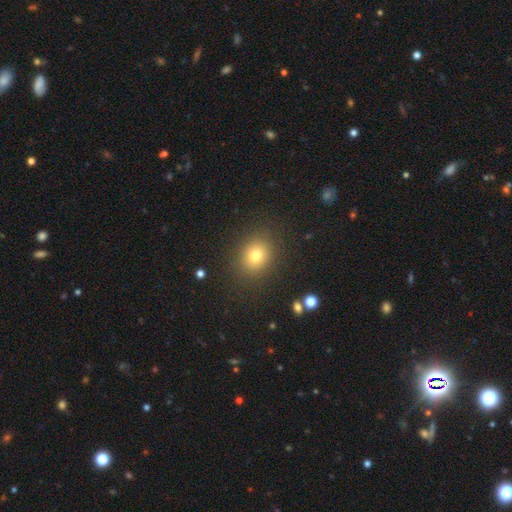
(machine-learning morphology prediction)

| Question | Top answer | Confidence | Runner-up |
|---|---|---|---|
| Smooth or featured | smooth | 76% | star or artifact (14%) |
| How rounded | round | 68% | in between (31%) |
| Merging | none | 86% | minor disturbance (8%) |